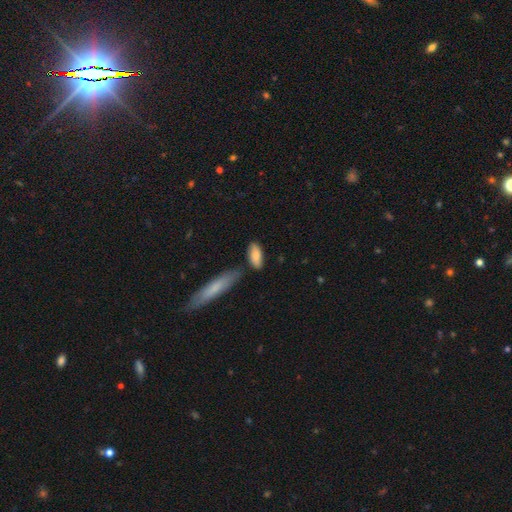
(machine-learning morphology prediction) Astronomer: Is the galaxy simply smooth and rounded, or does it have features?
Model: smooth — 84%.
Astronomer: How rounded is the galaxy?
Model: in between — 76%.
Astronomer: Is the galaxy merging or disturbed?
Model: none — 70%.